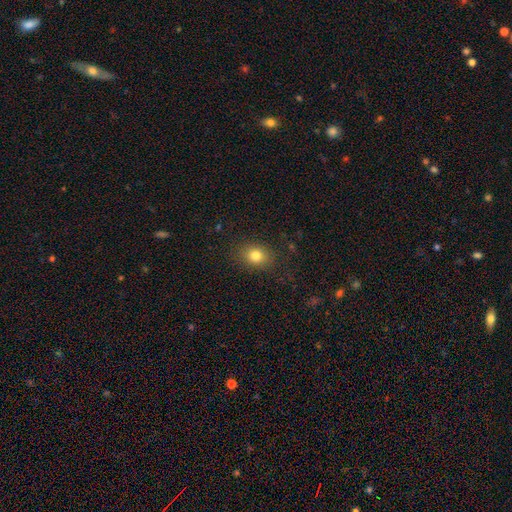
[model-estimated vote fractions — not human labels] This appears to be a smooth galaxy with no disk features (80%) that is round (50%). Merging: none (84%).